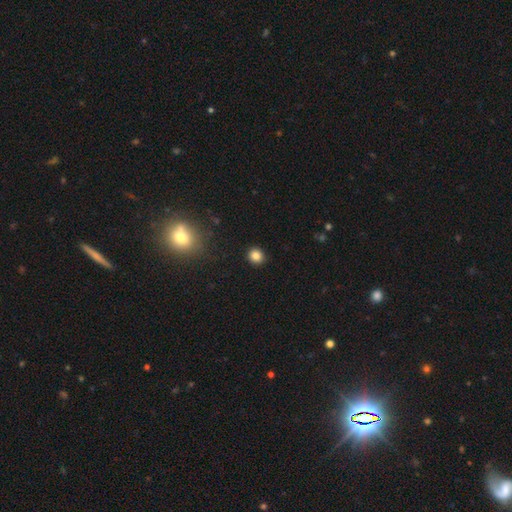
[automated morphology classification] type=smooth (84%); roundness=round (86%); merging=none (91%).